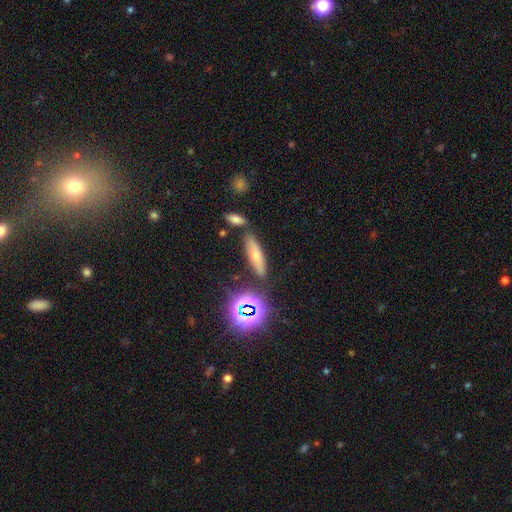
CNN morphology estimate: This appears to be a smooth galaxy with no disk features (47%). Merging: none (79%).